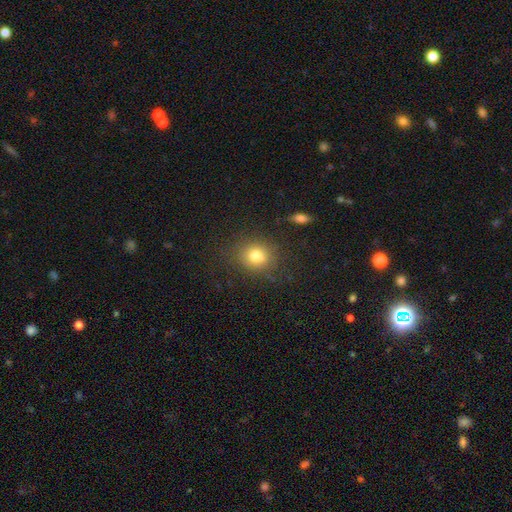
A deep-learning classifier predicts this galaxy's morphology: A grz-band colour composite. It shows a smooth galaxy with no disk features (79%) that is round (69%). Merging: none (81%).